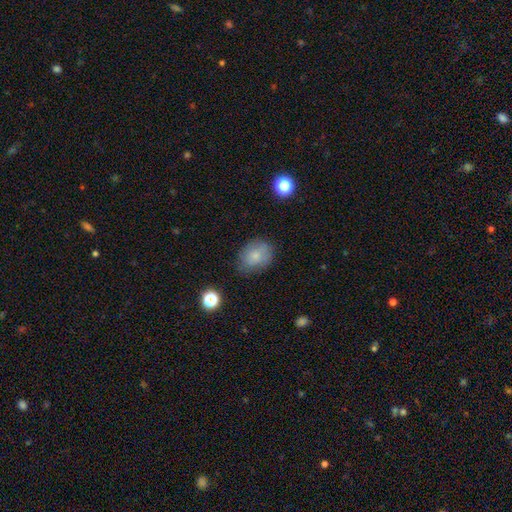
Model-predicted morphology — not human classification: Smooth or featured? smooth (77%)
How rounded? in between (52%)
Merging? none (70%)